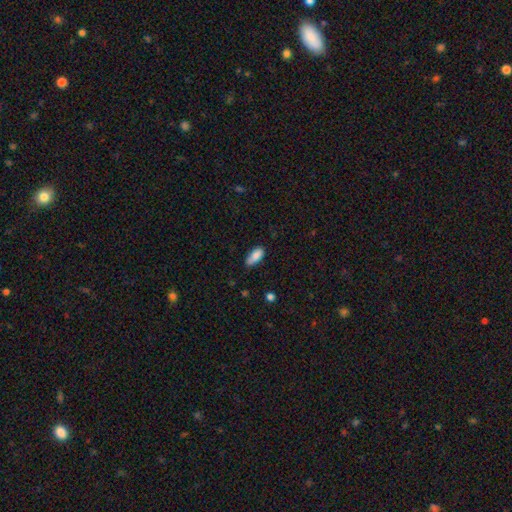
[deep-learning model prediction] Smooth or featured?
  - smooth: 87% *
  - star or artifact: 7%
  - featured or disk: 7%
How rounded?
  - in between: 84% *
  - cigar-shaped: 14%
  - round: 2%
Merging?
  - none: 73% *
  - minor disturbance: 22%
  - major disturbance: 3%
  - merger: 1%